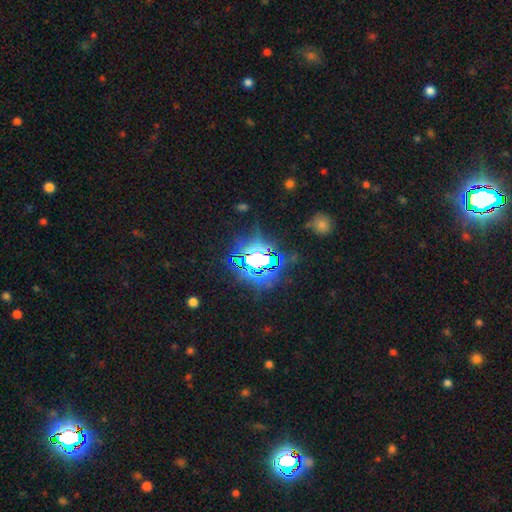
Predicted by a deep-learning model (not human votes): Smooth or featured? star or artifact (78%)